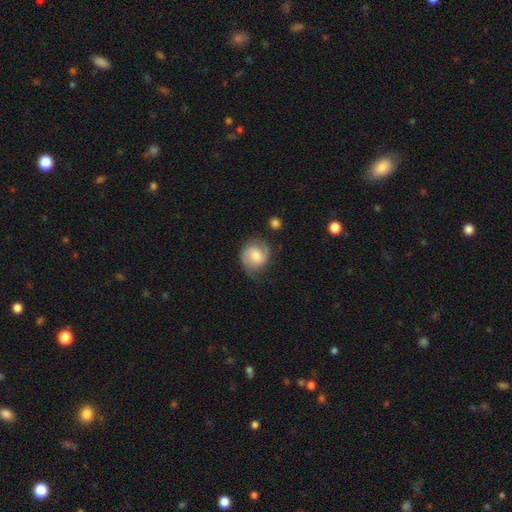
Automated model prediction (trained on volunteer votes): Smooth or featured: featured or disk — 64% (smooth — 29%)
Edge-on disk: no — 98% (yes — 2%)
Bar: no — 55% (weak — 38%)
Spiral arms: yes — 92% (no — 8%)
Spiral winding: medium — 45% (tight — 34%)
Spiral arm count: 2 — 82% (can't tell — 8%)
Bulge size: moderate — 59% (small — 27%)
Merging: none — 62% (minor disturbance — 25%)